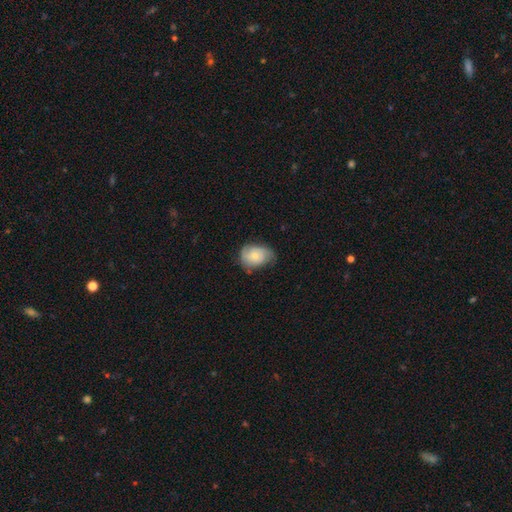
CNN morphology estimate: Smooth or featured?
  - smooth: 56% *
  - featured or disk: 37%
  - star or artifact: 7%
How rounded?
  - in between: 68% *
  - round: 31%
  - cigar-shaped: 1%
Merging?
  - none: 53% *
  - minor disturbance: 35%
  - major disturbance: 10%
  - merger: 2%